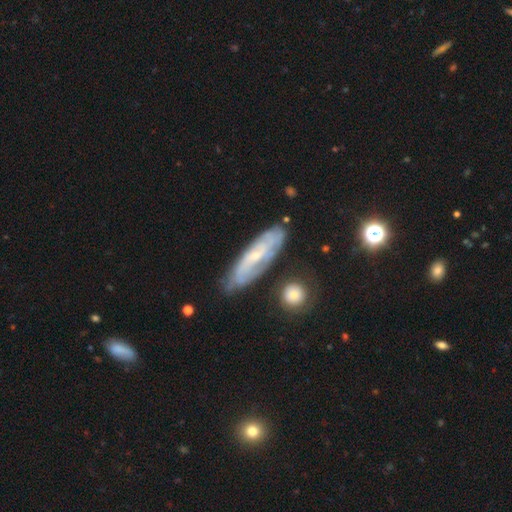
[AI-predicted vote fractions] Smooth or featured? featured or disk (67%)
Edge-on disk? no (73%)
Merging? none (72%)